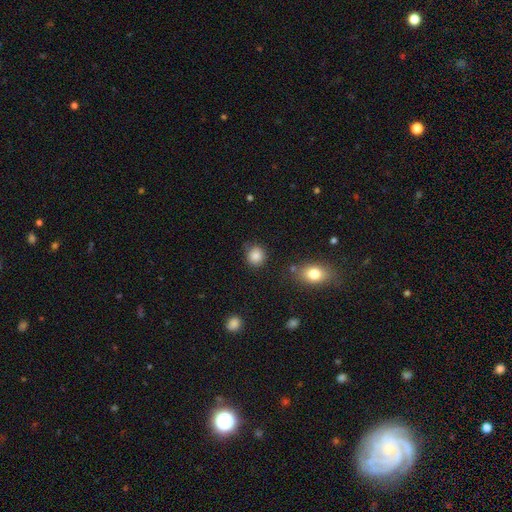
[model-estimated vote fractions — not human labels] smooth_or_featured: smooth (p=0.86) [alt: star or artifact p=0.10]
how_rounded: round (p=0.88) [alt: in between p=0.11]
merging: none (p=0.80) [alt: minor disturbance p=0.13]